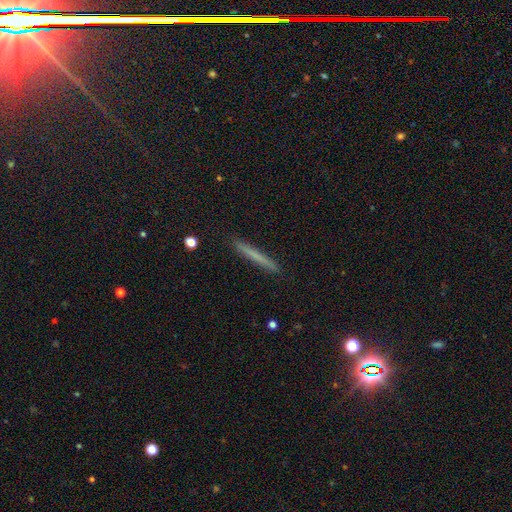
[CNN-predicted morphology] Overall: smooth (67%). How rounded: cigar-shaped (97%). Merging: none (91%).